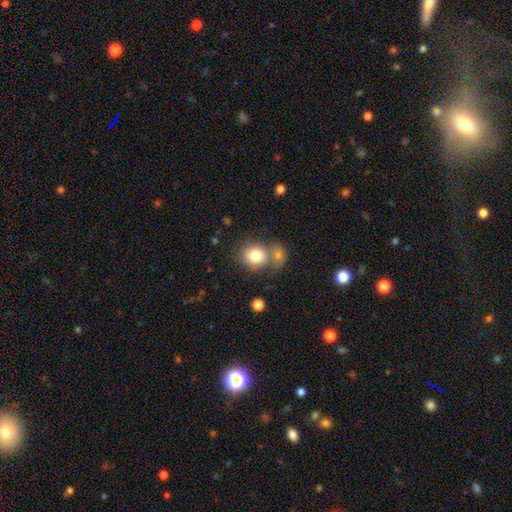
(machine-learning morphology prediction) smooth_or_featured: smooth (p=0.79) [alt: featured or disk p=0.11]
how_rounded: round (p=0.80) [alt: in between p=0.19]
merging: none (p=0.49) [alt: merger p=0.35]